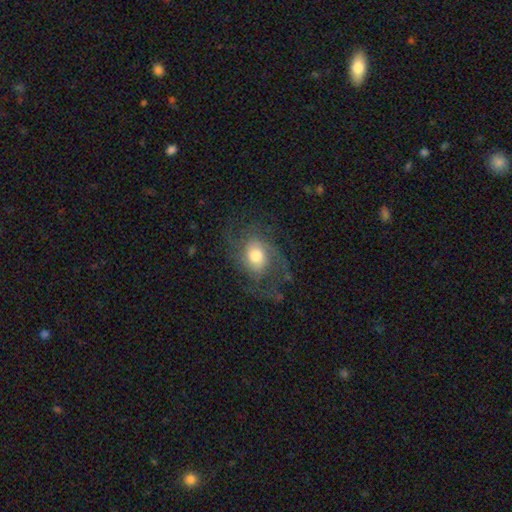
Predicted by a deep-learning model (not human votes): smooth_or_featured: featured or disk (p=0.67) [alt: smooth p=0.25]
disk_edge_on: no (p=0.97) [alt: yes p=0.03]
bar: no (p=0.73) [alt: weak p=0.22]
has_spiral_arms: yes (p=0.87) [alt: no p=0.13]
spiral_winding: medium (p=0.44) [alt: tight p=0.28]
spiral_arm_count: 2 (p=0.40) [alt: can't tell p=0.27]
bulge_size: moderate (p=0.61) [alt: large p=0.25]
merging: none (p=0.56) [alt: major disturbance p=0.23]